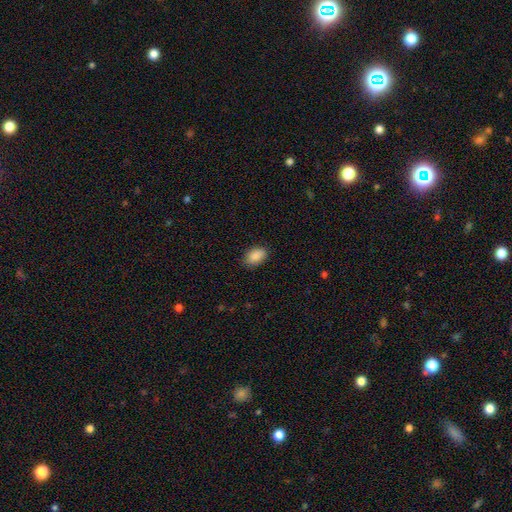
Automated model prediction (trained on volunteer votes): smooth-or-featured: smooth: 89% | star or artifact: 7% | featured or disk: 4%
  how-rounded: in between: 90% | round: 8% | cigar-shaped: 1%
  merging: none: 85% | minor disturbance: 11% | major disturbance: 2% | merger: 1%